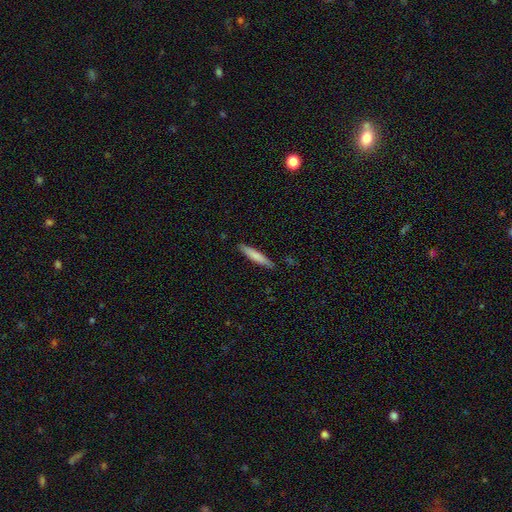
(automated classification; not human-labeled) Smooth or featured? Predicted: smooth (p=0.76). How rounded? Predicted: cigar-shaped (p=0.92). Merging? Predicted: none (p=0.88).